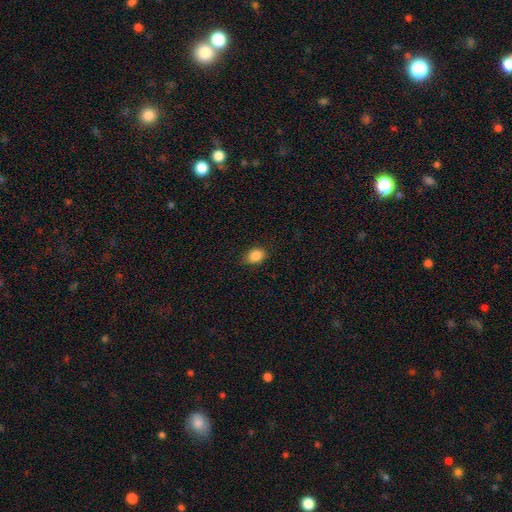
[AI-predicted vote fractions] A smooth galaxy with no disk features (86%) that is in between round and cigar-shaped (63%).

Vote fractions:
- Smooth or featured? smooth: 86% / star or artifact: 9% / featured or disk: 4%
- How rounded? in between: 63% / round: 35% / cigar-shaped: 1%
- Merging? none: 80% / minor disturbance: 16% / major disturbance: 3% / merger: 1%